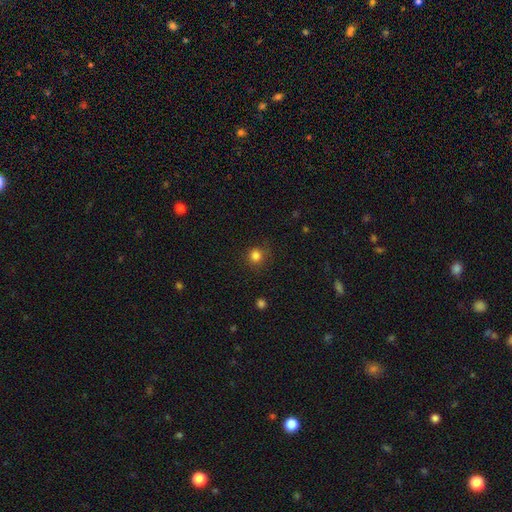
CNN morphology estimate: A smooth galaxy with no disk features (83%) that is round (88%).

Vote fractions:
- Smooth or featured? smooth: 83% / star or artifact: 13% / featured or disk: 4%
- How rounded? round: 88% / in between: 11% / cigar-shaped: 1%
- Merging? none: 80% / minor disturbance: 13% / major disturbance: 5% / merger: 1%